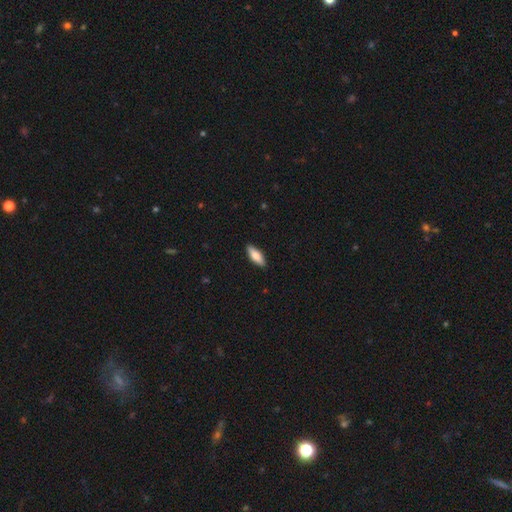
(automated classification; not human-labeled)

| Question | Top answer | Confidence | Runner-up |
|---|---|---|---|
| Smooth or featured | smooth | 75% | featured or disk (19%) |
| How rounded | in between | 63% | cigar-shaped (35%) |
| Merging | none | 89% | minor disturbance (8%) |